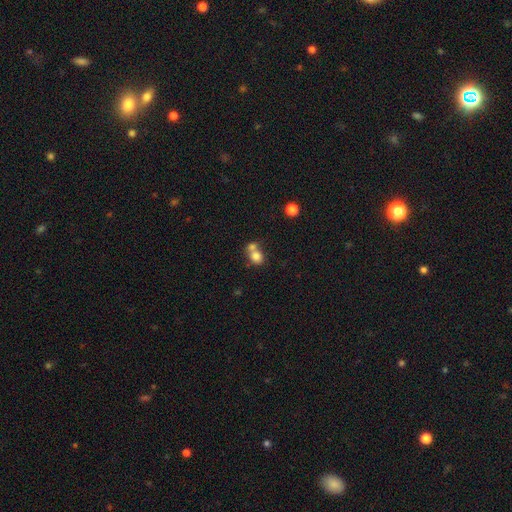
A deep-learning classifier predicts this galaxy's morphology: A smooth galaxy with no disk features (78%) that is round (65%).

Vote fractions:
- Smooth or featured? smooth: 78% / featured or disk: 12% / star or artifact: 10%
- How rounded? round: 65% / in between: 34% / cigar-shaped: 1%
- Merging? merger: 56% / none: 33% / minor disturbance: 8% / major disturbance: 4%